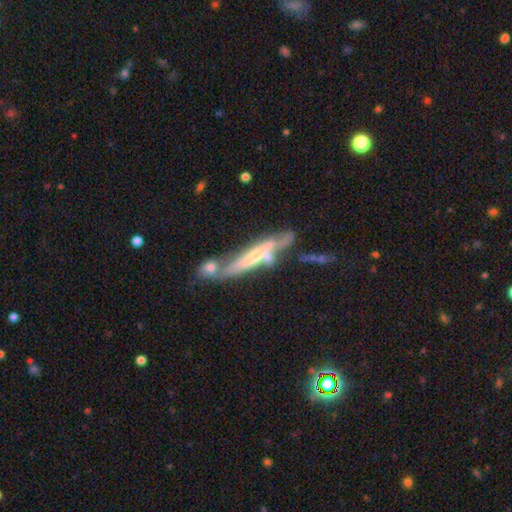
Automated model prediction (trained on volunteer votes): featured or disk 60%, smooth 32%, star or artifact 8%. Down the decision tree: edge-on disk — yes (66%); merging — merger (45%).